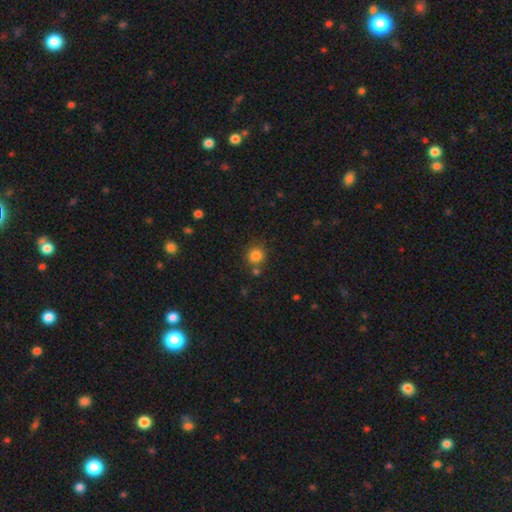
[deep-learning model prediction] This is clearly a smooth galaxy (83%). How rounded: clearly round (91%). Merging: likely none (76%).